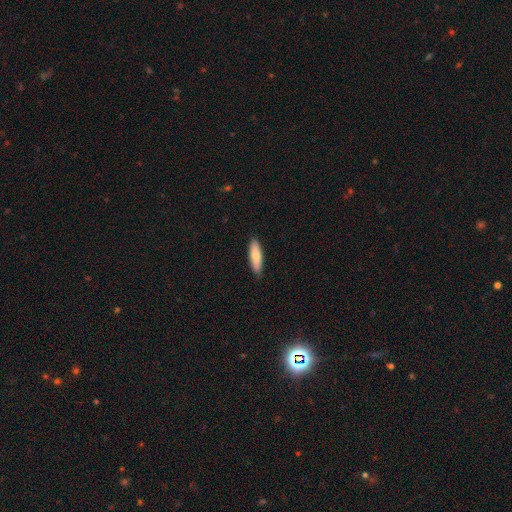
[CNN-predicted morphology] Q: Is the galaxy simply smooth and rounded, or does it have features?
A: smooth — 75%.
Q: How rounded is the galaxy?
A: cigar-shaped — 58%.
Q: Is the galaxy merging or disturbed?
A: none — 87%.